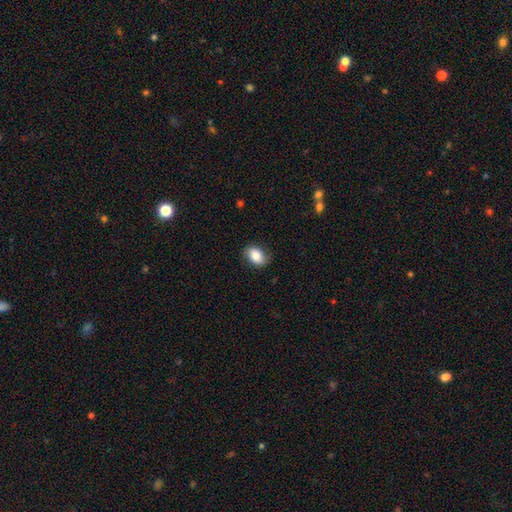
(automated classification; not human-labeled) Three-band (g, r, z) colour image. It shows a smooth galaxy with no disk features (79%) that is in between round and cigar-shaped (80%). Merging: none (82%).